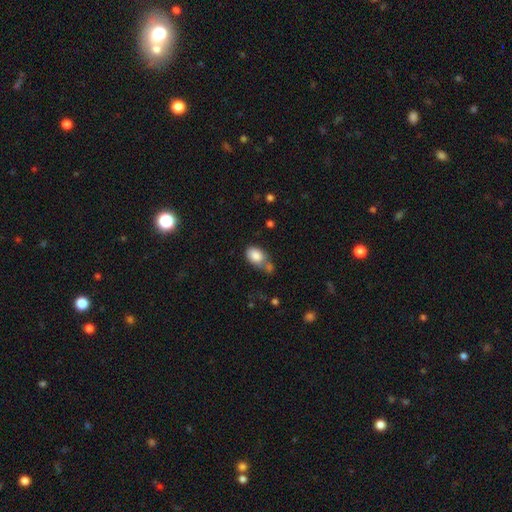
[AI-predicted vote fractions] Overall: smooth (84%). How rounded: in between (83%). Merging: none (42%; merger 30%).